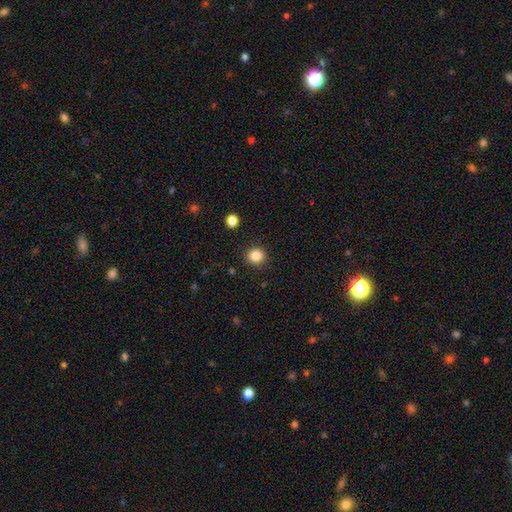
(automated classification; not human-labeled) The model was most divided on "smooth or featured": smooth: 85%, star or artifact: 11%, featured or disk: 4%. More confident: merging — none (90%); how rounded — round (87%).